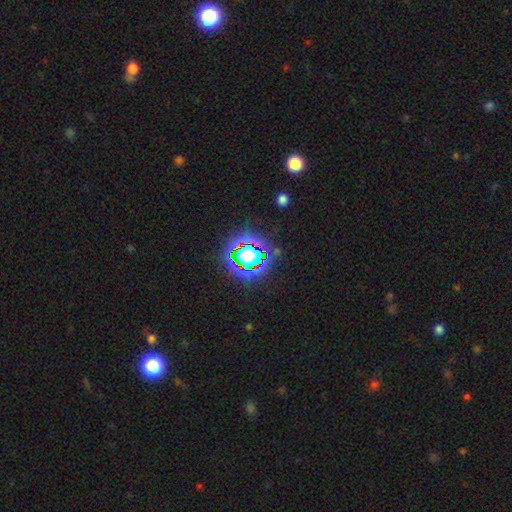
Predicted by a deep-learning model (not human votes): Smooth or featured?
  - star or artifact: 77% *
  - smooth: 14%
  - featured or disk: 9%